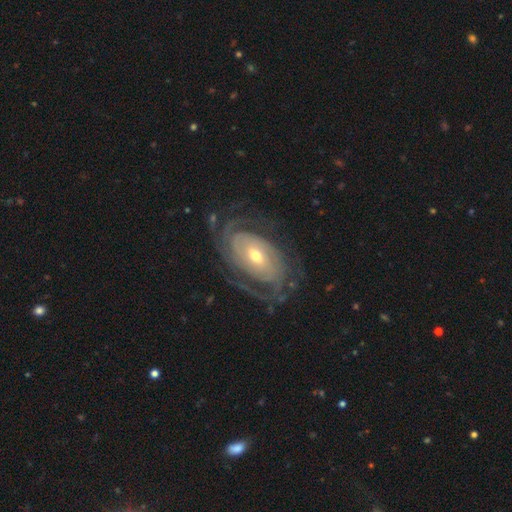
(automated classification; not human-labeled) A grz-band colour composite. It shows a featured or disk galaxy (89%) with no bar (53%), 2 (38%) tight (66%) spiral arms (96%) and a moderate central bulge (58%). Merging: none (73%).